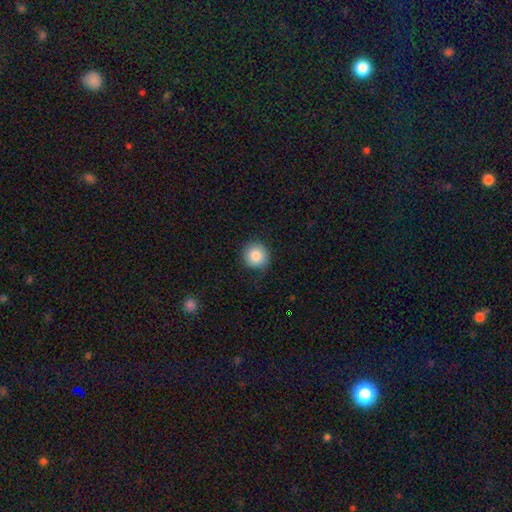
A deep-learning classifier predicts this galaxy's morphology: Smooth or featured? Predicted: smooth (p=0.85). How rounded? Predicted: round (p=0.93). Merging? Predicted: none (p=0.84).